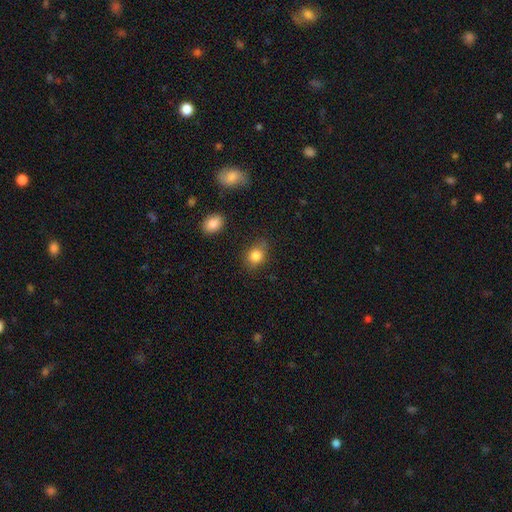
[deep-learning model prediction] Overall: smooth (85%). How rounded: in between (50%; round 49%). Merging: none (73%).